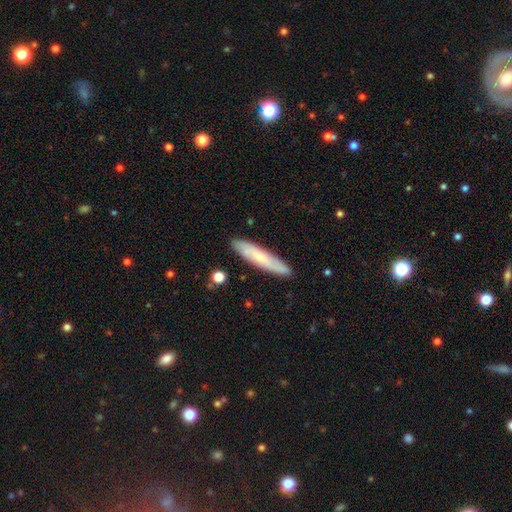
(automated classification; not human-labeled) smooth-or-featured: smooth: 52% | featured or disk: 38% | star or artifact: 9%
  how-rounded: cigar-shaped: 89% | in between: 10% | round: 2%
  merging: none: 86% | minor disturbance: 10% | major disturbance: 2% | merger: 2%